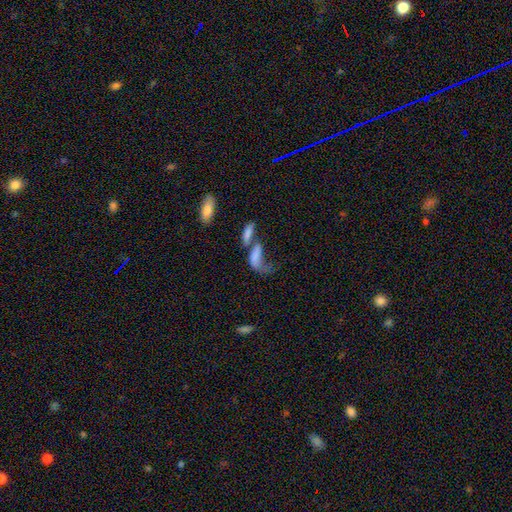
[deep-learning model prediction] Smooth or featured: smooth — 60% (featured or disk — 29%)
How rounded: in between — 73% (cigar-shaped — 23%)
Merging: merger — 51% (major disturbance — 25%)